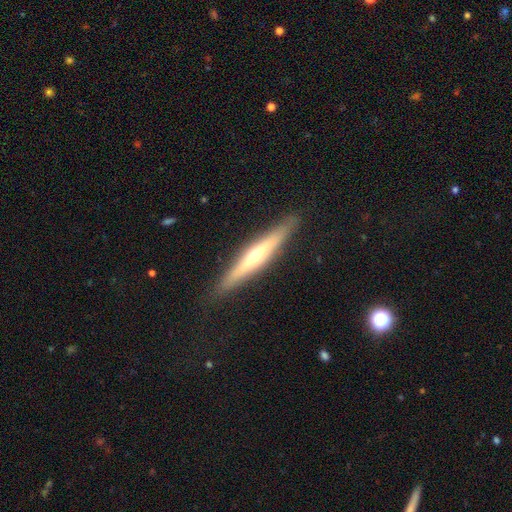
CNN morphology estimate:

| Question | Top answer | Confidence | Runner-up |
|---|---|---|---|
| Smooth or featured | featured or disk | 63% | smooth (31%) |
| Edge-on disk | yes | 94% | no (6%) |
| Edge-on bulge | rounded | 78% | none (18%) |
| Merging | none | 89% | minor disturbance (8%) |